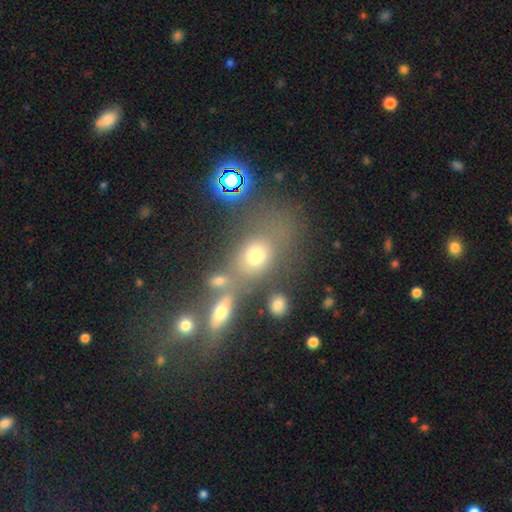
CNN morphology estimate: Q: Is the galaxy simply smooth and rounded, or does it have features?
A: smooth — 66%.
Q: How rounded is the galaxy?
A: in between — 59%.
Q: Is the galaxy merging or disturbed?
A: none — 49%.